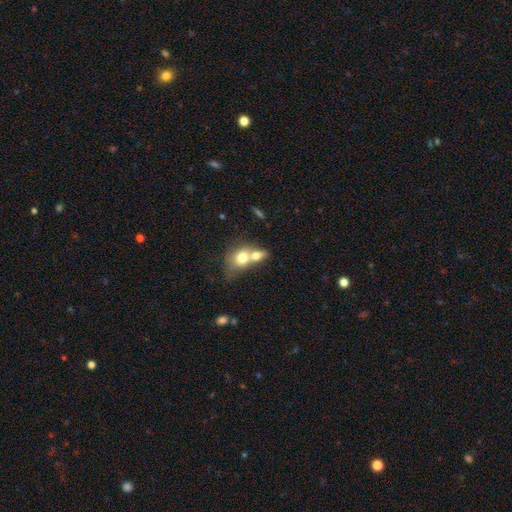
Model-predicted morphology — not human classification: Smooth or featured? smooth (71%)
How rounded? in between (55%)
Merging? merger (73%)